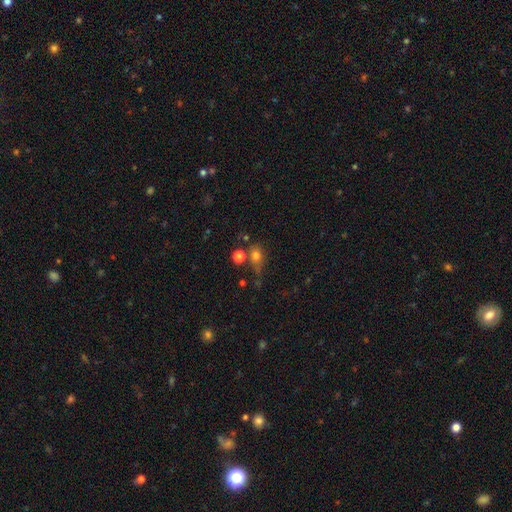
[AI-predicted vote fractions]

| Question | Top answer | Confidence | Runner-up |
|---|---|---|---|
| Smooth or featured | smooth | 75% | star or artifact (15%) |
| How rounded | round | 53% | in between (45%) |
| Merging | none | 54% | minor disturbance (19%) |